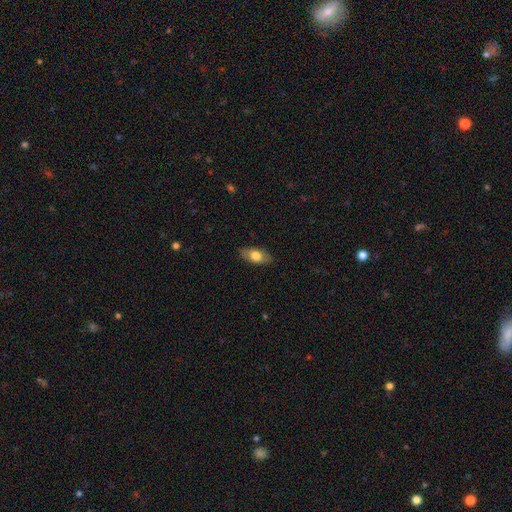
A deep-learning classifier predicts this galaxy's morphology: smooth-or-featured: smooth: 72% | featured or disk: 22% | star or artifact: 6%
  how-rounded: in between: 89% | cigar-shaped: 7% | round: 5%
  merging: none: 85% | minor disturbance: 12% | major disturbance: 3% | merger: 1%